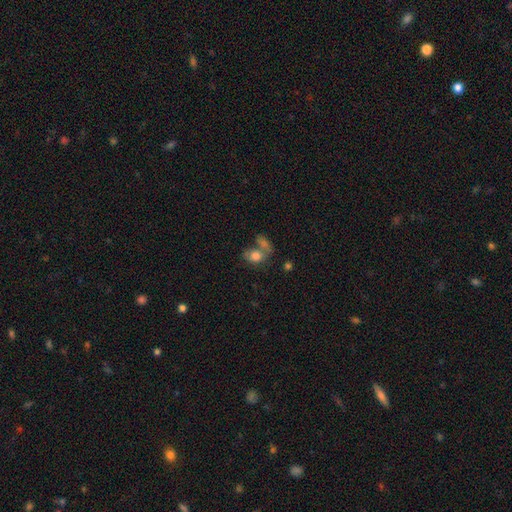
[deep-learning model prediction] Overall: smooth (75%). How rounded: in between (63%; round 36%). Merging: merger (50%; none 27%).